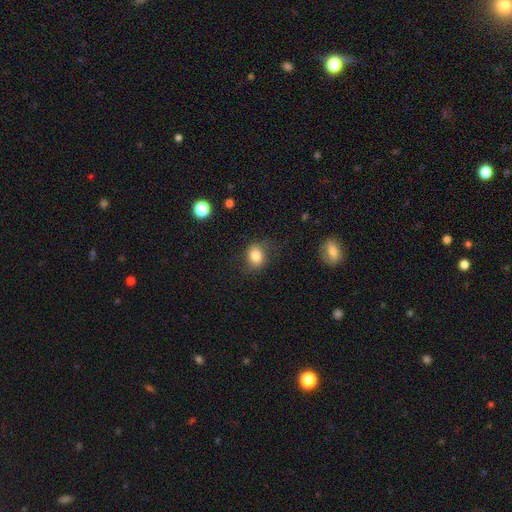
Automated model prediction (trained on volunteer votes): Smooth or featured? smooth (82%)
How rounded? round (49%, tied with in between)
Merging? none (72%)